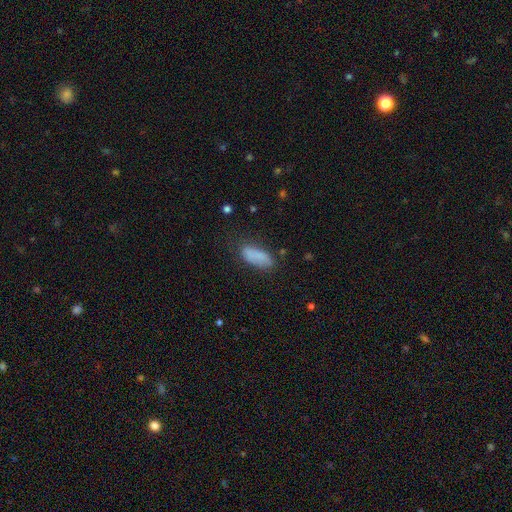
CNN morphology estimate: The model was most divided on "merging": none: 65%, minor disturbance: 23%, major disturbance: 8%, merger: 3%. More confident: smooth or featured — smooth (82%); how rounded — in between (80%).